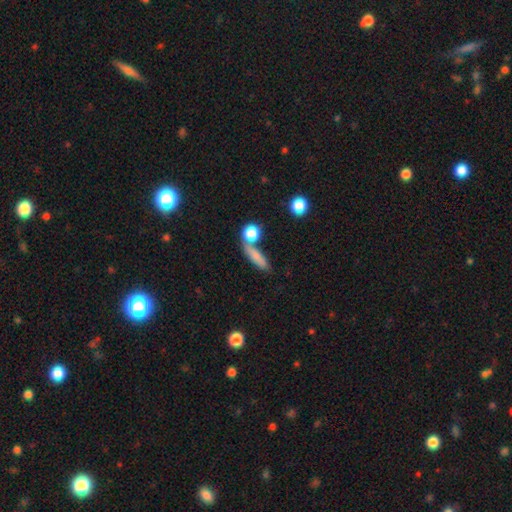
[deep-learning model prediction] smooth-or-featured: smooth: 76% | featured or disk: 14% | star or artifact: 10%
  how-rounded: cigar-shaped: 50% | in between: 33% | round: 17%
  merging: none: 52% | merger: 26% | minor disturbance: 14% | major disturbance: 7%